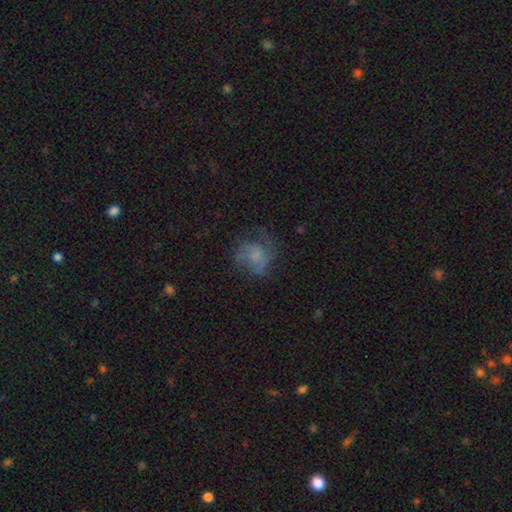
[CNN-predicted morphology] Overall: smooth (47%; featured or disk 40%). Merging: none (44%; major disturbance 31%).